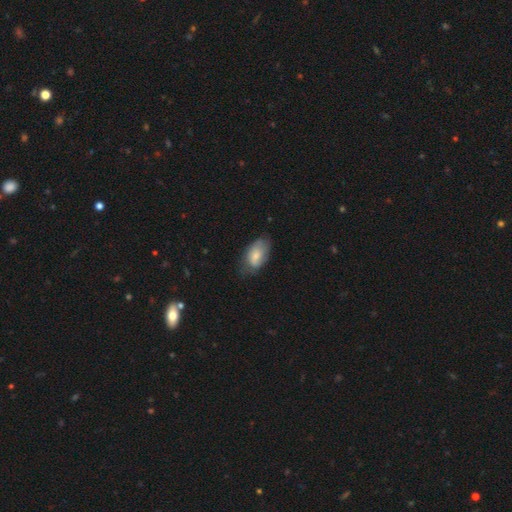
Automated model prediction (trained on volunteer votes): Smooth or featured? smooth (73%)
How rounded? in between (93%)
Merging? none (58%)